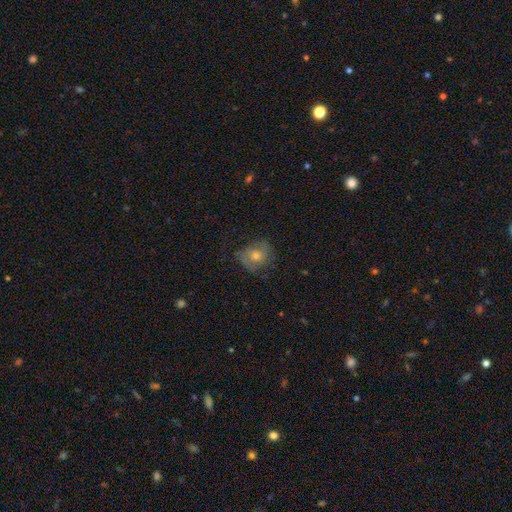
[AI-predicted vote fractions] This is possibly a featured or disk galaxy (57%). It is clearly not viewed edge-on (96%). Bar: likely no (76%). Spiral arm pattern: clearly yes (83%). Central bulge: likely moderate (63%). Merging: likely none (66%).